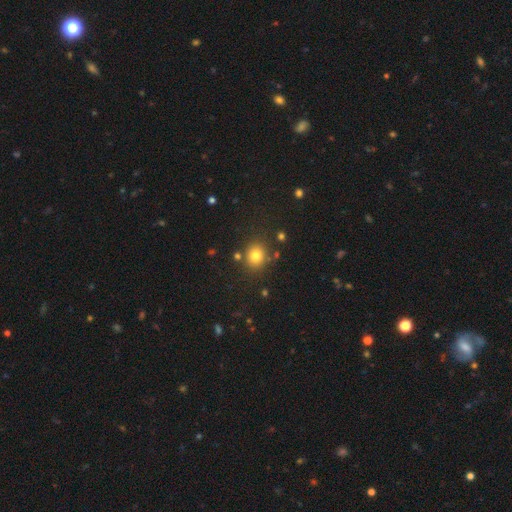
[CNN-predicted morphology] This appears to be a smooth galaxy with no disk features (78%) that is round (78%). Merging: none (82%).